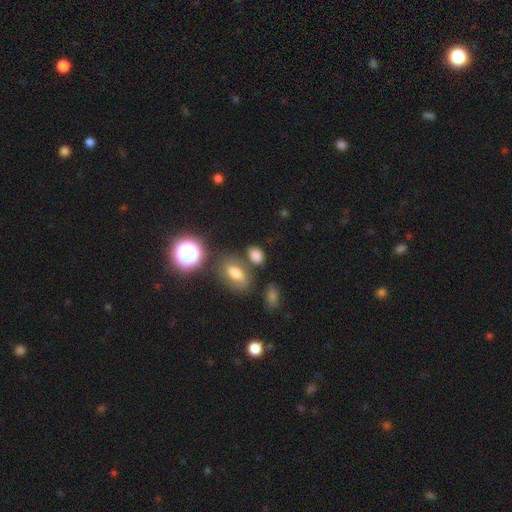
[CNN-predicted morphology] Smooth or featured? Predicted: smooth (p=0.75). How rounded? Predicted: in between (p=0.75). Merging? Predicted: none (p=0.68).